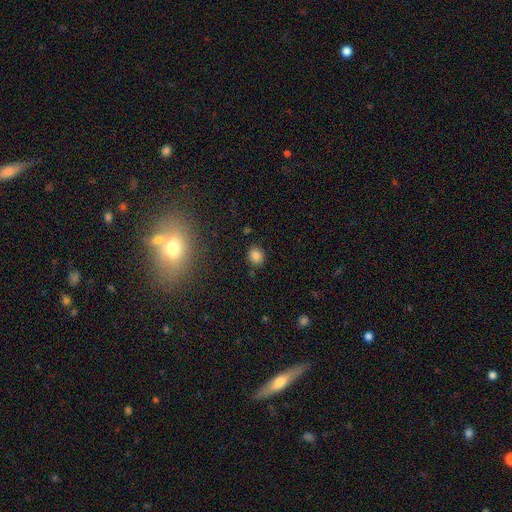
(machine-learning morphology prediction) Smooth or featured?
  - smooth: 82% *
  - star or artifact: 13%
  - featured or disk: 5%
How rounded?
  - round: 72% *
  - in between: 27%
  - cigar-shaped: 1%
Merging?
  - none: 85% *
  - minor disturbance: 10%
  - major disturbance: 3%
  - merger: 2%